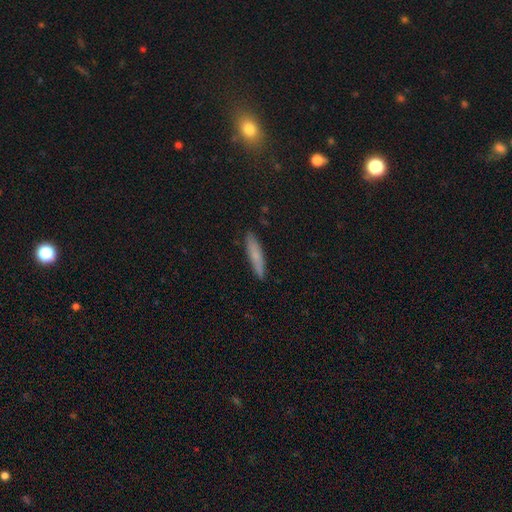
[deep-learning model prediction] This appears to be a smooth galaxy with no disk features (68%) that is cigar-shaped (87%). Merging: none (87%).